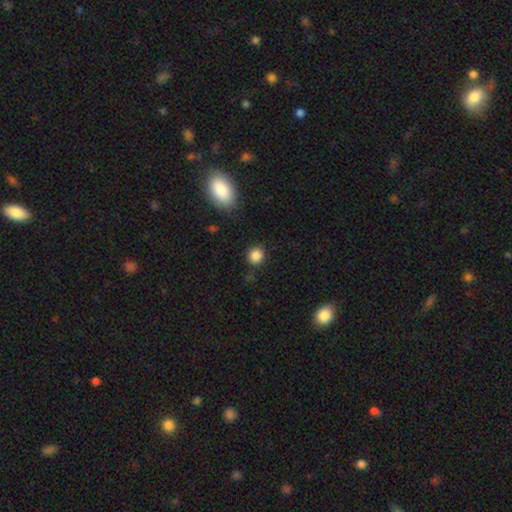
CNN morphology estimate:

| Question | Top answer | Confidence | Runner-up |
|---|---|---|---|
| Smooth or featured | smooth | 86% | star or artifact (11%) |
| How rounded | round | 85% | in between (13%) |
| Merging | none | 87% | minor disturbance (8%) |